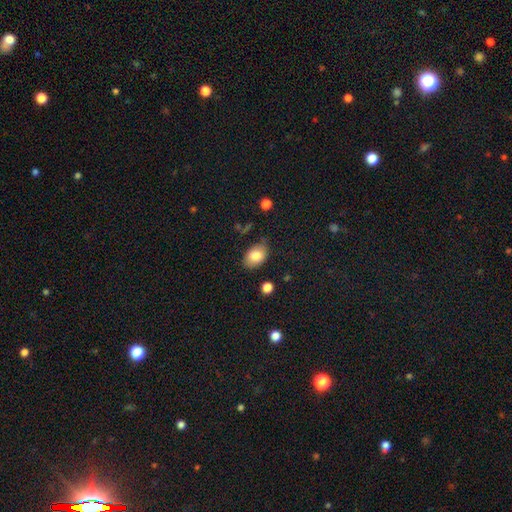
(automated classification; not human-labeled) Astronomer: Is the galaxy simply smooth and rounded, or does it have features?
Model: smooth — 82%.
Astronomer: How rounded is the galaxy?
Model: in between — 84%.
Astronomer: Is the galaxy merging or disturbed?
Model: none — 77%.